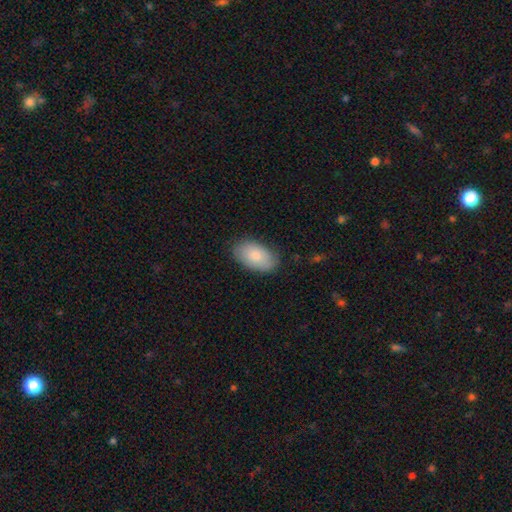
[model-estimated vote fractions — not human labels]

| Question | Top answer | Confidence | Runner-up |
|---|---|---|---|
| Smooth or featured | smooth | 82% | featured or disk (12%) |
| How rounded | in between | 94% | round (4%) |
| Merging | none | 82% | minor disturbance (14%) |